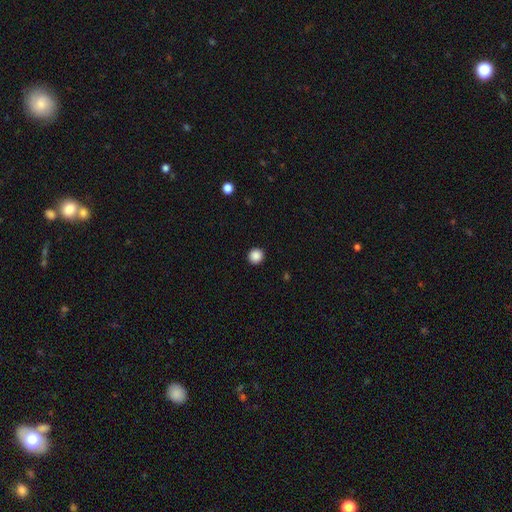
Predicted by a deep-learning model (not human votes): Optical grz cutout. It shows a smooth galaxy with no disk features (88%) that is round (93%). Merging: none (93%).